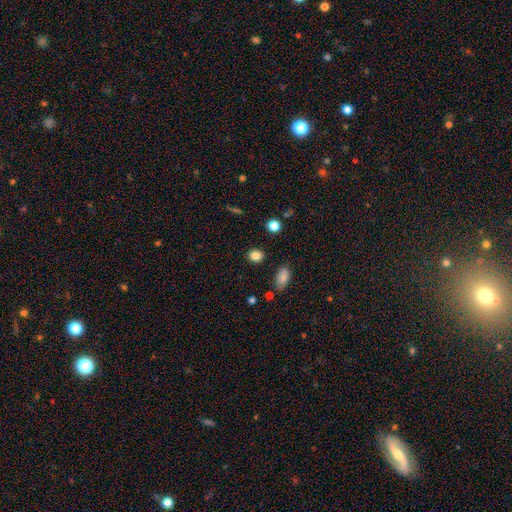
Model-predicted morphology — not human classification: smooth-or-featured: smooth: 85% | star or artifact: 11% | featured or disk: 5%
  how-rounded: round: 62% | in between: 37% | cigar-shaped: 1%
  merging: none: 88% | minor disturbance: 7% | major disturbance: 2% | merger: 2%